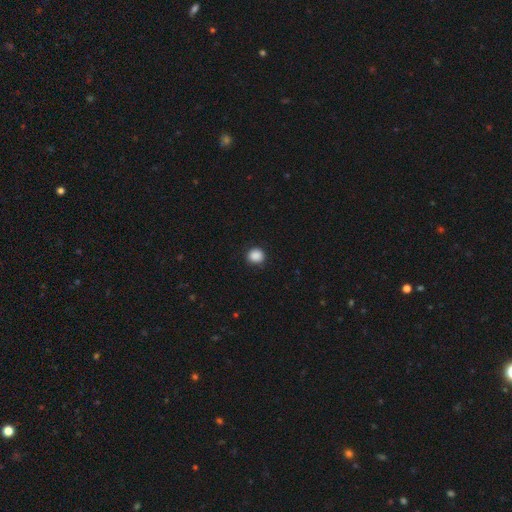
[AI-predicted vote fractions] Smooth or featured: smooth — 89% (star or artifact — 9%)
How rounded: round — 86% (in between — 13%)
Merging: none — 89% (minor disturbance — 8%)